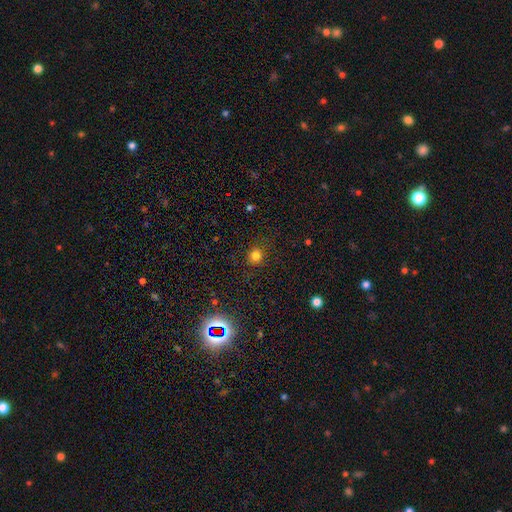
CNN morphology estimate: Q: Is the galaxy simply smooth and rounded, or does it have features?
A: smooth — 78%.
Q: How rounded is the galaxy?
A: round — 88%.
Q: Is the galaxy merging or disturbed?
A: none — 86%.